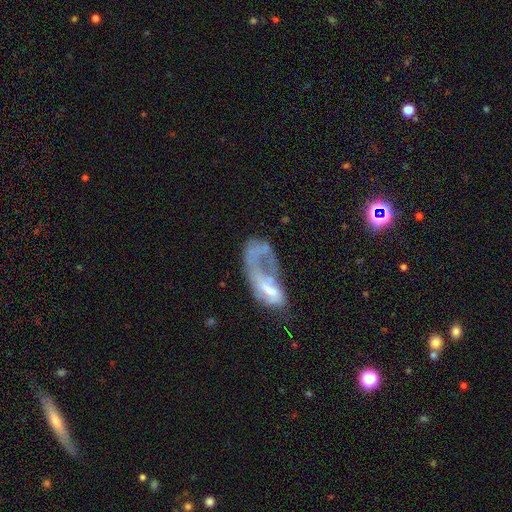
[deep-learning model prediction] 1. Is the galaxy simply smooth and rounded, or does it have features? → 57% featured or disk, 33% smooth, 9% star or artifact.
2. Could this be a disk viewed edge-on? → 94% no, 6% yes.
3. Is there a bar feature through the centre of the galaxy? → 68% no, 23% weak, 9% strong.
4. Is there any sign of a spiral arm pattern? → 65% no, 35% yes.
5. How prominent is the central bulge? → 36% none, 30% small, 26% moderate, 6% large, 2% dominant.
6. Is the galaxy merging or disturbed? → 54% major disturbance, 17% none, 15% merger, 13% minor disturbance.